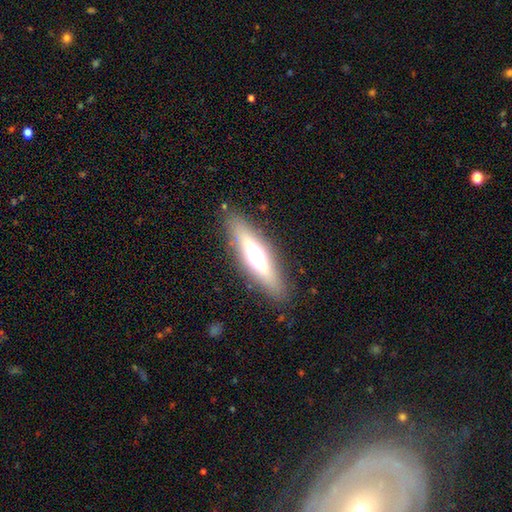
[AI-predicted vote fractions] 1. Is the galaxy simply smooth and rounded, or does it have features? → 56% featured or disk, 34% smooth, 10% star or artifact.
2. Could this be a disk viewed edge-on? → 87% yes, 13% no.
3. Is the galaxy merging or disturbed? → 87% none, 8% minor disturbance, 3% major disturbance, 1% merger.